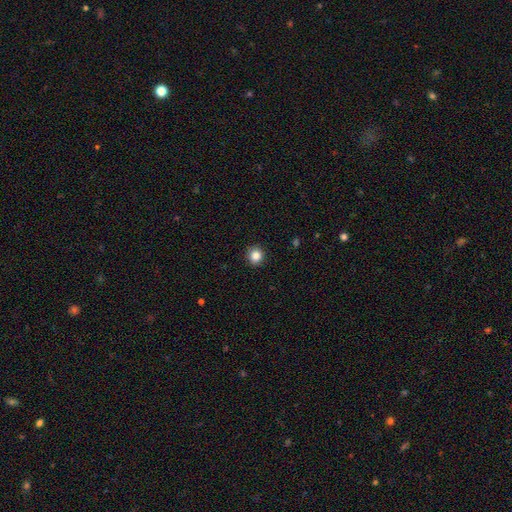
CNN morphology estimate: Smooth or featured: smooth — 85% (star or artifact — 10%)
How rounded: round — 92% (in between — 7%)
Merging: none — 92% (minor disturbance — 5%)